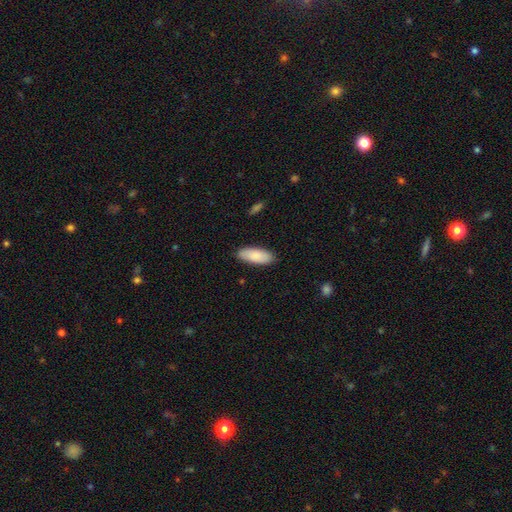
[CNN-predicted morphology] A smooth galaxy with no disk features (86%) that is in between round and cigar-shaped (81%). Merging: none (87%).